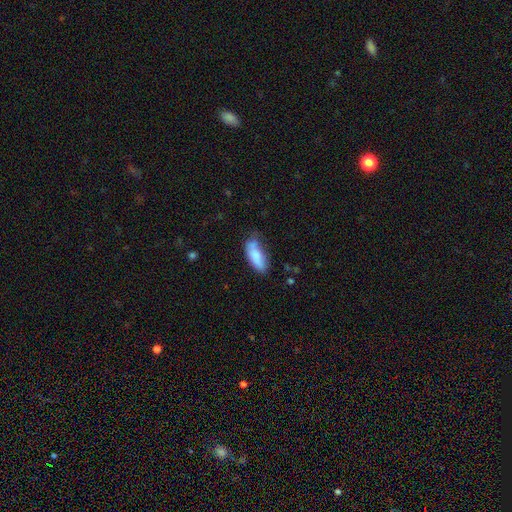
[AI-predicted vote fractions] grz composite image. It shows a smooth galaxy with no disk features (81%) that is in between round and cigar-shaped (78%). Merging: none (51%).